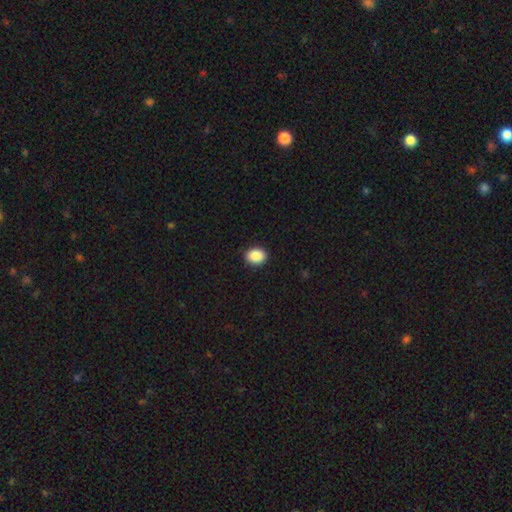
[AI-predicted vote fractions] Morphology: type=smooth (89%); roundness=round (51%); merging=none (91%).